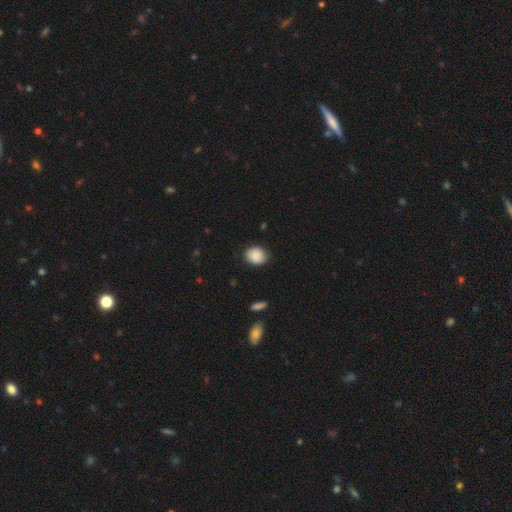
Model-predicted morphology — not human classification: The model was most divided on "how rounded": round: 53%, in between: 46%, cigar-shaped: 1%. More confident: smooth or featured — smooth (88%); merging — none (82%).